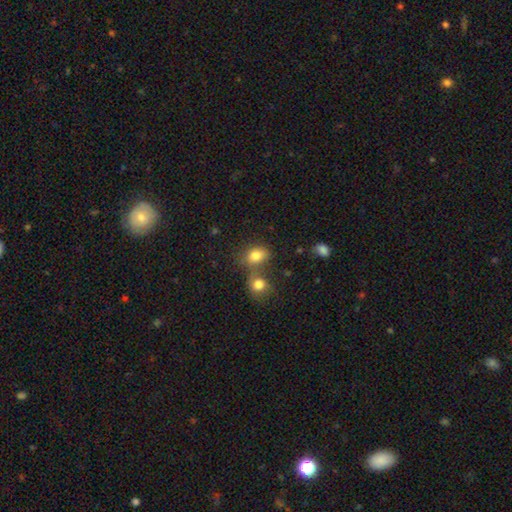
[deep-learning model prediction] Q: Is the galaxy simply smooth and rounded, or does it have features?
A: smooth — 81%.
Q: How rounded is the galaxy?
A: in between — 63%.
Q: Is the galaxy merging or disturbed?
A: none — 42%.